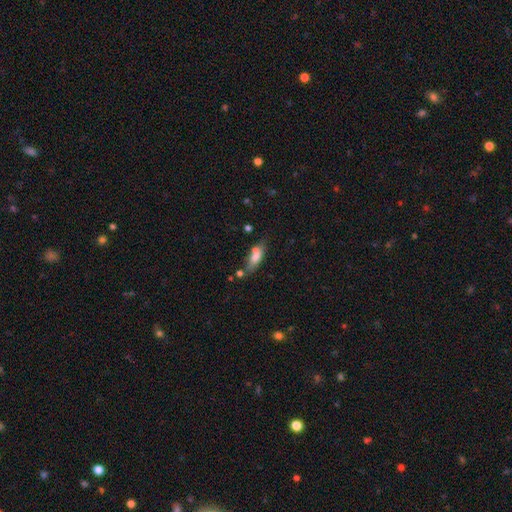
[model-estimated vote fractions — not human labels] Smooth or featured?
  - smooth: 70% *
  - featured or disk: 22%
  - star or artifact: 8%
How rounded?
  - in between: 60% *
  - cigar-shaped: 37%
  - round: 3%
Merging?
  - none: 56% *
  - minor disturbance: 20%
  - merger: 17%
  - major disturbance: 7%